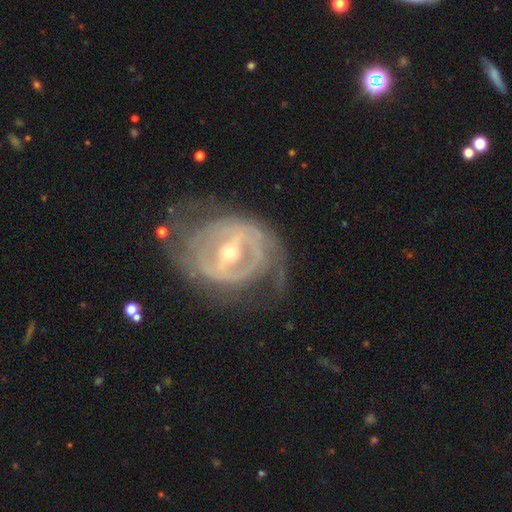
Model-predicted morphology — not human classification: A featured or disk galaxy (86%) with a strong bar (59%), 2 (41%) tight (55%) spiral arms (76%) and a small central bulge (57%).

Vote fractions:
- Smooth or featured? featured or disk: 86% / smooth: 8% / star or artifact: 6%
- Edge-on disk? no: 95% / yes: 5%
- Bar? strong: 59% / weak: 30% / no: 11%
- Spiral arms? yes: 76% / no: 24%
- Spiral winding? tight: 55% / medium: 31% / loose: 13%
- Spiral arm count? 2: 41% / can't tell: 37% / 3: 9% / 1: 5% / 4: 5% / more than 4: 4%
- Bulge size? small: 57% / moderate: 40% / large: 2% / dominant: 1% / none: 1%
- Merging? none: 59% / major disturbance: 20% / minor disturbance: 19% / merger: 2%